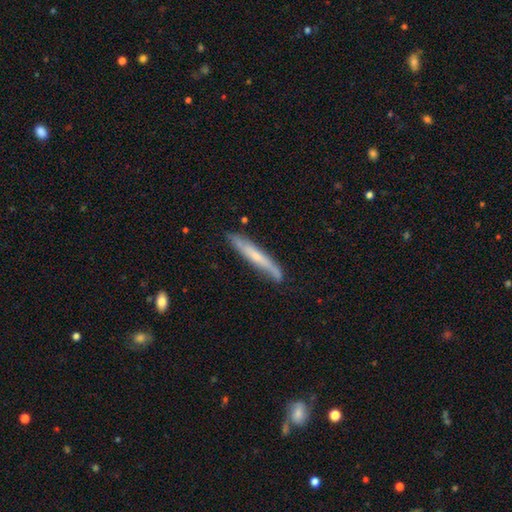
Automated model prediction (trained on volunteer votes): Morphology: type=featured or disk (49%); merging=none (77%).